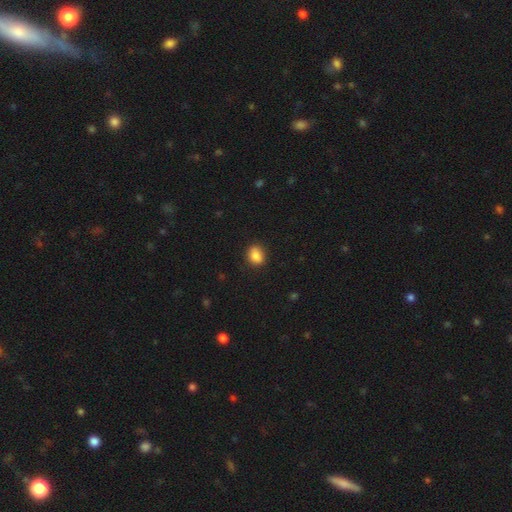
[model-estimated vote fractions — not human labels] Smooth or featured: smooth — 86% (star or artifact — 9%)
How rounded: in between — 52% (round — 47%)
Merging: none — 83% (minor disturbance — 13%)